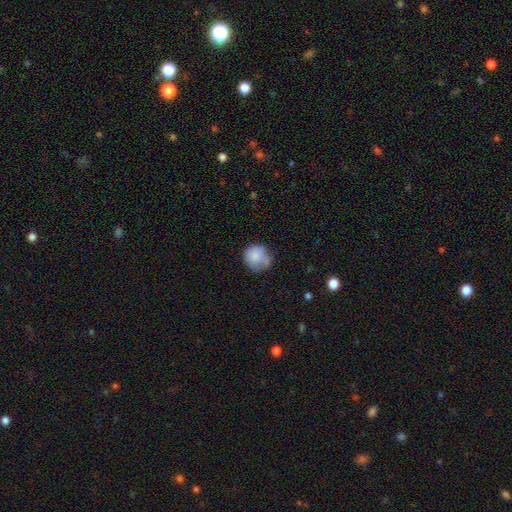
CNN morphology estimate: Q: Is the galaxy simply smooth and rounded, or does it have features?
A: smooth — 78%.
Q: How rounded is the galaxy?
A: round — 83%.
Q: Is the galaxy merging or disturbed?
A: none — 49%.